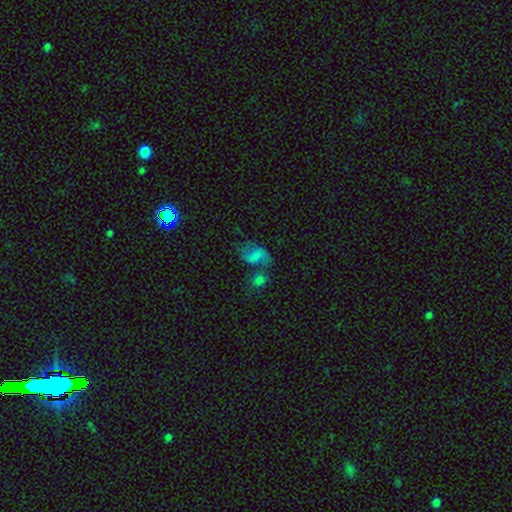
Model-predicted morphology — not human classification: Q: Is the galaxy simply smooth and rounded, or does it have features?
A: smooth — 54%.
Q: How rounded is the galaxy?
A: in between — 78%.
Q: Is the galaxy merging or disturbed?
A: none — 39%.